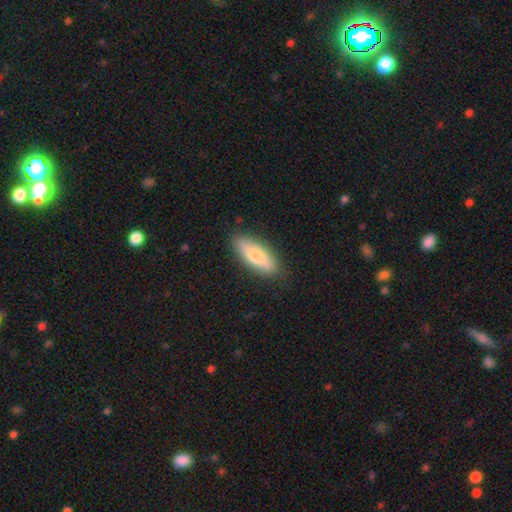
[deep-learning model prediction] Smooth or featured?
  - smooth: 66% *
  - featured or disk: 28%
  - star or artifact: 6%
How rounded?
  - in between: 61% *
  - cigar-shaped: 36%
  - round: 2%
Merging?
  - none: 88% *
  - minor disturbance: 9%
  - major disturbance: 2%
  - merger: 1%